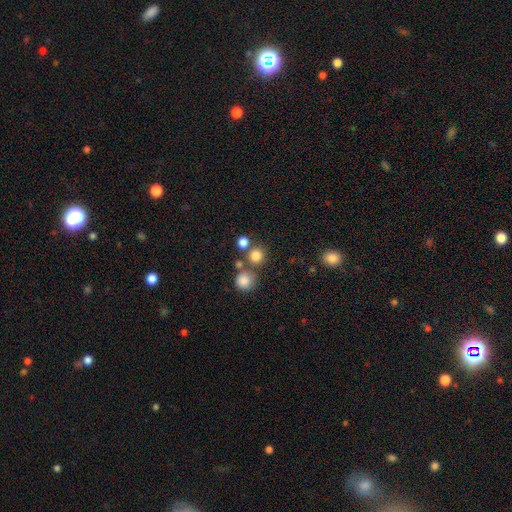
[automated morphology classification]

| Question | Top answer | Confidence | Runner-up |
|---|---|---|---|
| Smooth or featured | smooth | 80% | star or artifact (14%) |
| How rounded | round | 90% | in between (9%) |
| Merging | none | 68% | merger (20%) |